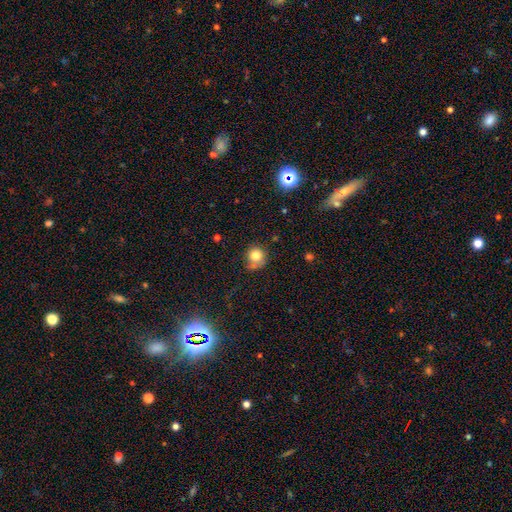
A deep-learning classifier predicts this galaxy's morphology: Smooth or featured? Predicted: smooth (p=0.79). How rounded? Predicted: round (p=0.88). Merging? Predicted: none (p=0.62).